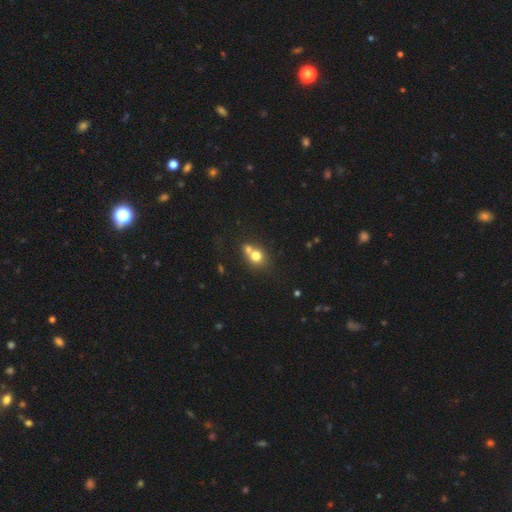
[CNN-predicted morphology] Smooth or featured? Predicted: smooth (p=0.74). How rounded? Predicted: round (p=0.75). Merging? Predicted: merger (p=0.47).